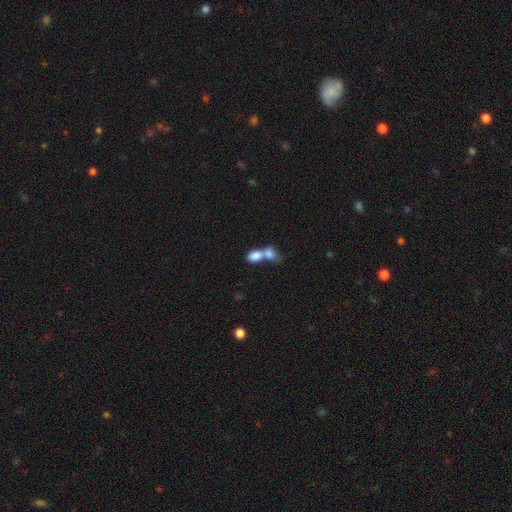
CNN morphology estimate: A smooth galaxy with no disk features (81%) that is in between round and cigar-shaped (75%).

Vote fractions:
- Smooth or featured? smooth: 81% / featured or disk: 11% / star or artifact: 8%
- How rounded? in between: 75% / round: 23% / cigar-shaped: 2%
- Merging? merger: 74% / none: 17% / minor disturbance: 5% / major disturbance: 4%